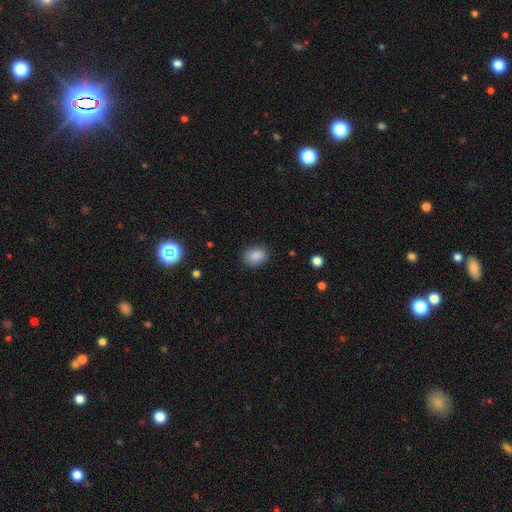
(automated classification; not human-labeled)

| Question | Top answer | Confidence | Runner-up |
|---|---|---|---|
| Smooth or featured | smooth | 87% | star or artifact (8%) |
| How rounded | in between | 69% | round (30%) |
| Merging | none | 83% | minor disturbance (13%) |